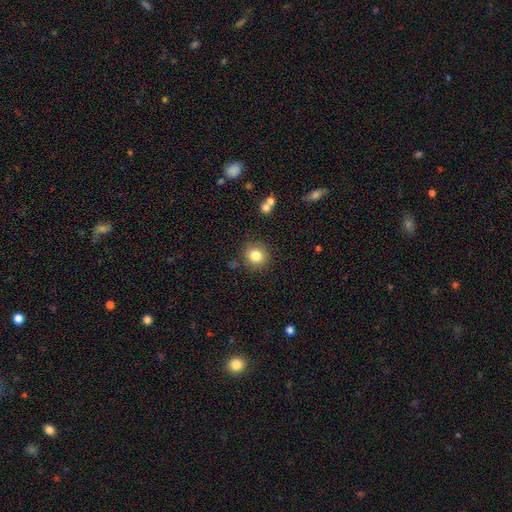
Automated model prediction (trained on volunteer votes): Morphology: type=smooth (82%); roundness=round (88%); merging=none (86%).